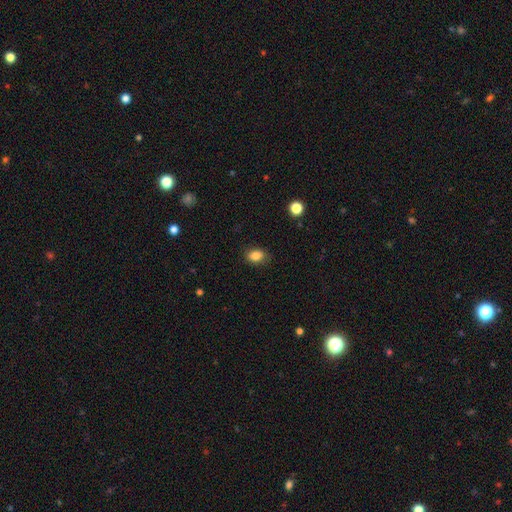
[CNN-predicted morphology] Smooth or featured?
  - smooth: 85% *
  - star or artifact: 10%
  - featured or disk: 6%
How rounded?
  - in between: 72% *
  - round: 27%
  - cigar-shaped: 1%
Merging?
  - none: 82% *
  - minor disturbance: 14%
  - major disturbance: 3%
  - merger: 1%